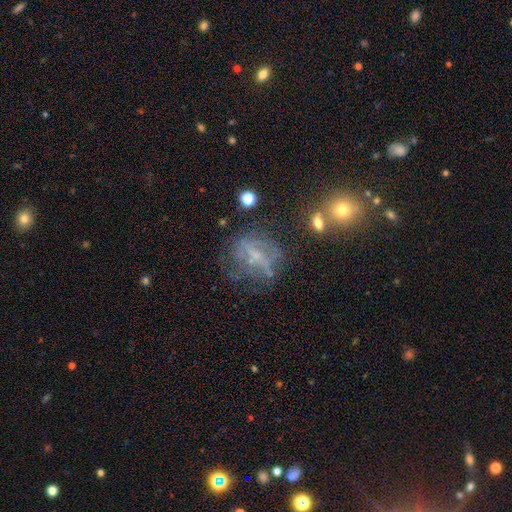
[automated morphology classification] featured or disk 55%, smooth 25%, star or artifact 20%. Down the decision tree: edge-on disk — no (92%); bar — no (50%); spiral arms — no (61%); bulge size — small (61%); merging — none (47%).